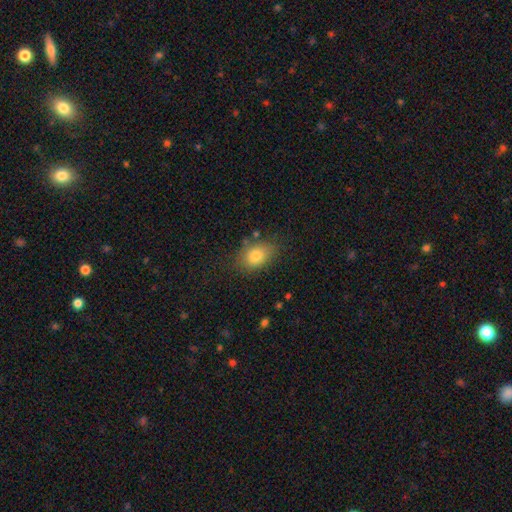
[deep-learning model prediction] A smooth galaxy with no disk features (82%) that is in between round and cigar-shaped (77%). Merging: none (73%).